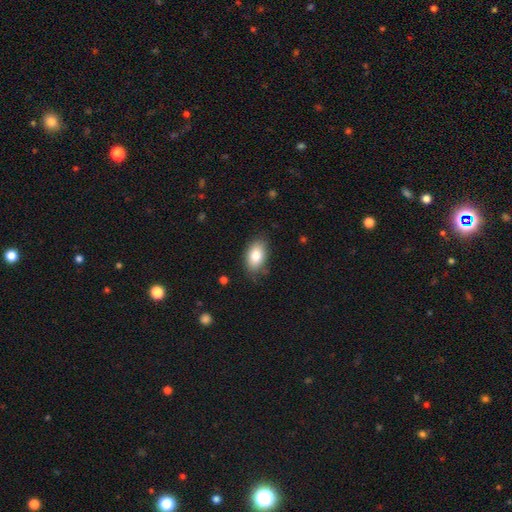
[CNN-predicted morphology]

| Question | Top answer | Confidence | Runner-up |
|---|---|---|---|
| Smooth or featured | smooth | 81% | featured or disk (11%) |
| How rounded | in between | 91% | round (7%) |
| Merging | none | 78% | minor disturbance (18%) |